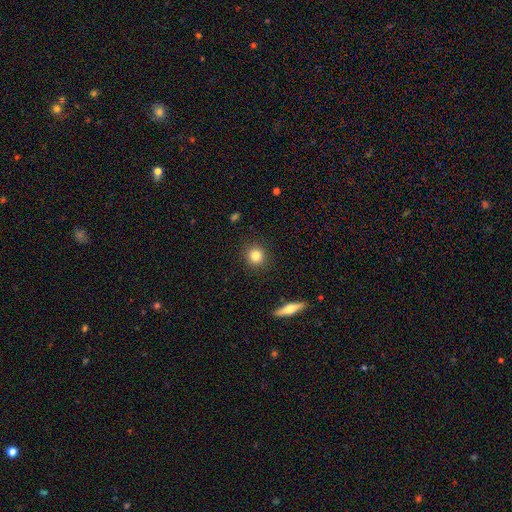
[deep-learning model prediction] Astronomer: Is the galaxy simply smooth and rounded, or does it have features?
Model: smooth — 82%.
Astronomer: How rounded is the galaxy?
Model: round — 92%.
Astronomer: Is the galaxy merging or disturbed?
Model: none — 91%.